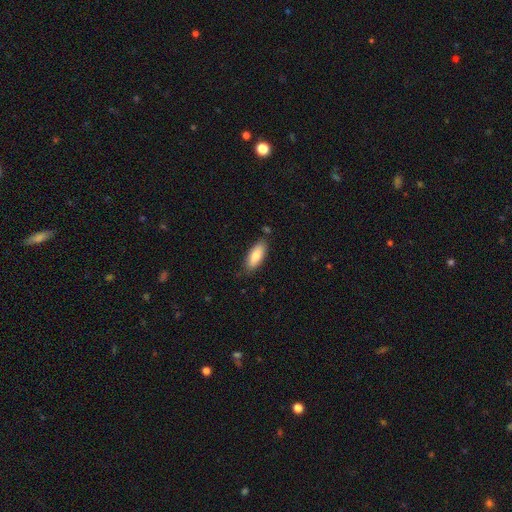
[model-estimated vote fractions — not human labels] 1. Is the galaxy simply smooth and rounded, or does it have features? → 83% smooth, 11% featured or disk, 6% star or artifact.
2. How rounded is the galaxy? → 76% in between, 22% cigar-shaped, 2% round.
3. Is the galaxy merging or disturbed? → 80% none, 15% minor disturbance, 3% major disturbance, 3% merger.